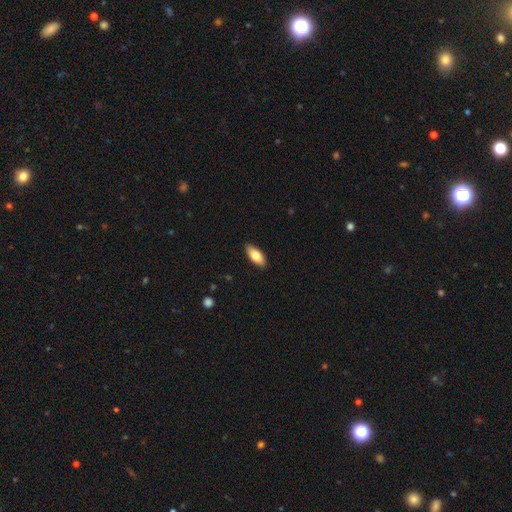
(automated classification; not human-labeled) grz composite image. It shows a smooth galaxy with no disk features (77%) that is in between round and cigar-shaped (84%). Merging: none (88%).